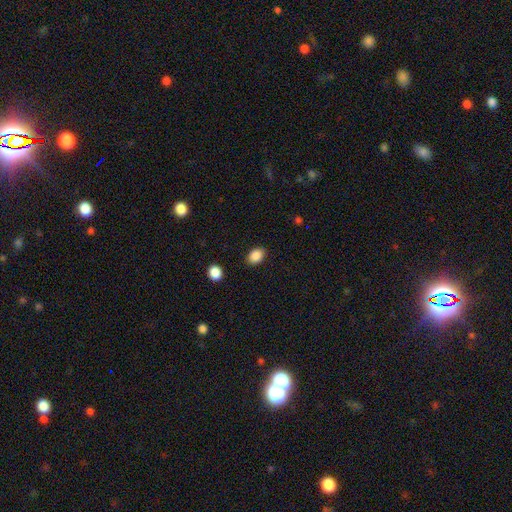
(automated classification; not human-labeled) A smooth galaxy with no disk features (88%) that is in between round and cigar-shaped (77%). Merging: none (87%).